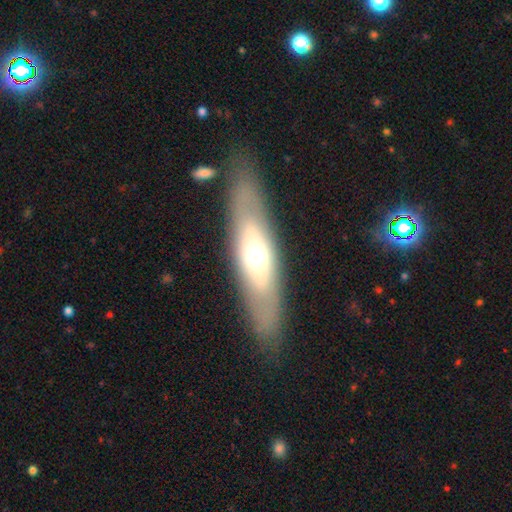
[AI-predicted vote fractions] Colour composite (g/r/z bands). It shows a featured or disk galaxy (53%). Merging: none (84%).